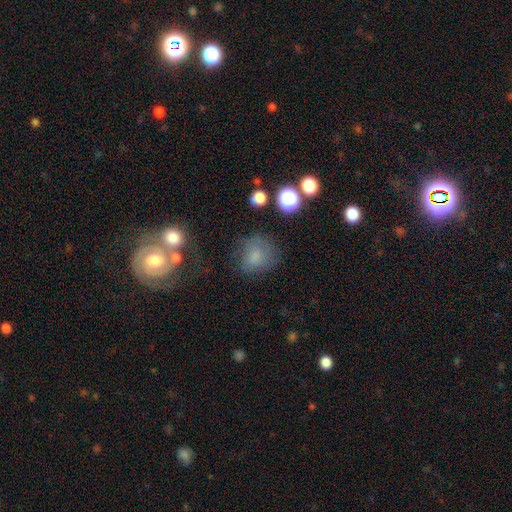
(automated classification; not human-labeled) Smooth or featured? Predicted: smooth (p=0.75). How rounded? Predicted: round (p=0.78). Merging? Predicted: none (p=0.63).